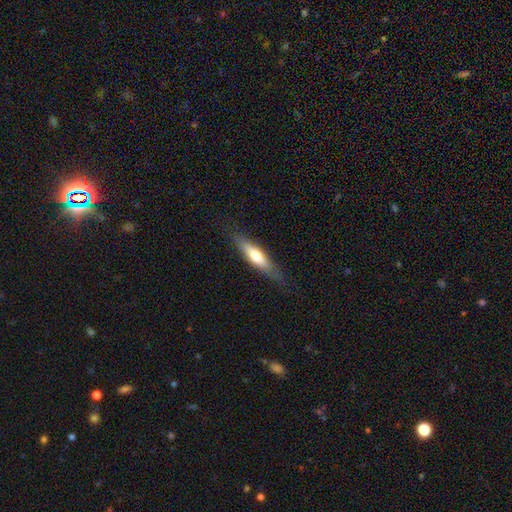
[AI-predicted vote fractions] smooth 57%, featured or disk 38%, star or artifact 5%. Down the decision tree: how rounded — cigar-shaped (70%); merging — none (80%).